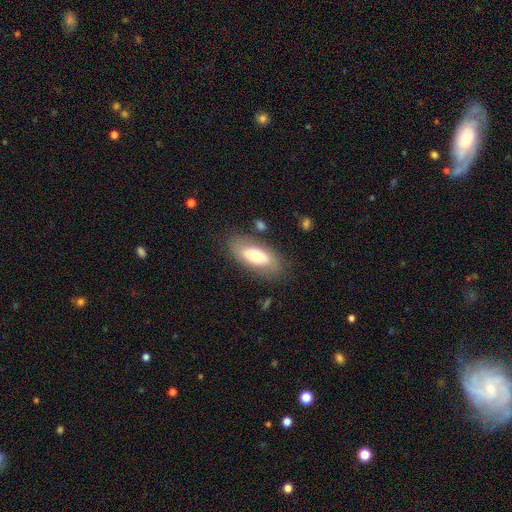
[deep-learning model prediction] Overall: smooth (61%; featured or disk 33%). How rounded: in between (86%). Merging: none (76%).